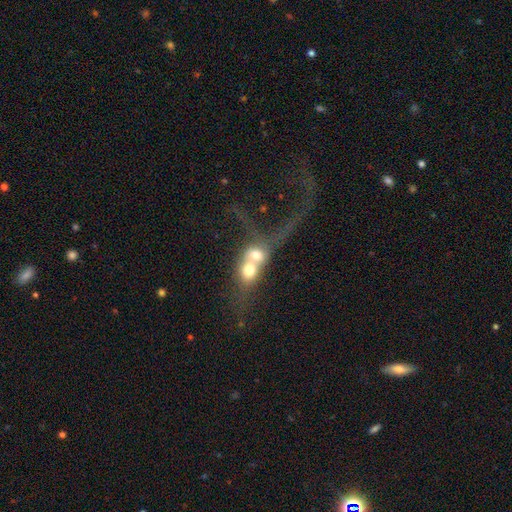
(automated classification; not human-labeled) Overall: smooth (57%; featured or disk 32%). How rounded: round (58%; in between 37%). Merging: merger (81%).